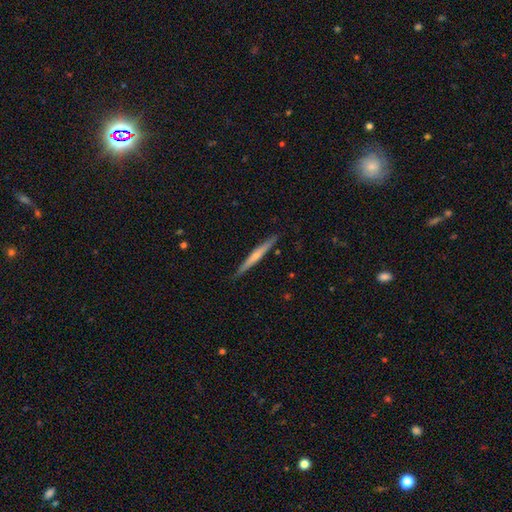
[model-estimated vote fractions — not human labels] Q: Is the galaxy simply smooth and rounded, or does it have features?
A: featured or disk — 52%.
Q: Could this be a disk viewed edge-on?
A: yes — 97%.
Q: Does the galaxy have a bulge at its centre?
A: none — 48%.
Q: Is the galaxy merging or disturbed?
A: none — 89%.